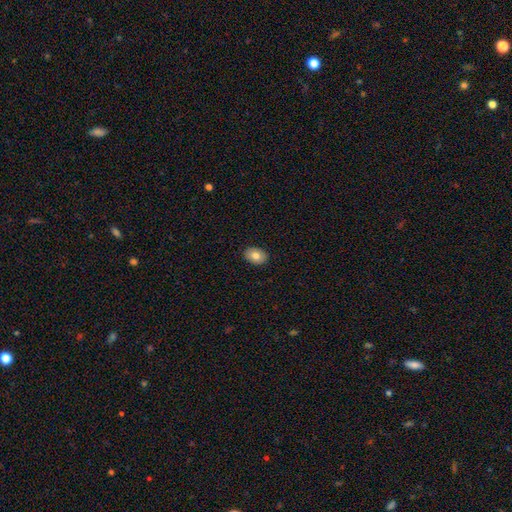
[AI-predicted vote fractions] Q: Smooth or featured?
A: smooth (80%); runner-up: featured or disk (13%)
Q: How rounded?
A: in between (78%); runner-up: round (21%)
Q: Merging?
A: none (90%); runner-up: minor disturbance (7%)